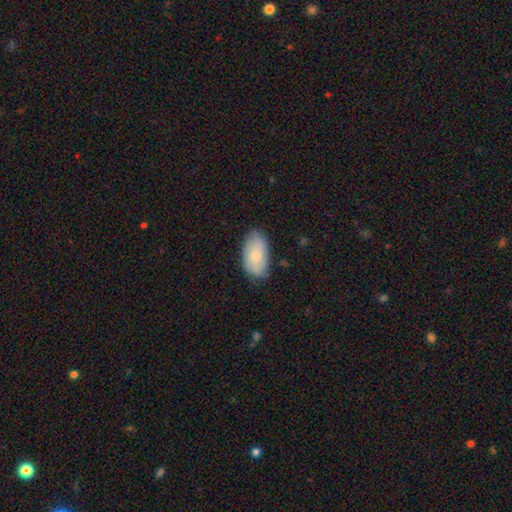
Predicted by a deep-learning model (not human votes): The model was most divided on "merging": none: 76%, minor disturbance: 20%, major disturbance: 3%, merger: 1%. More confident: how rounded — in between (94%); smooth or featured — smooth (78%).